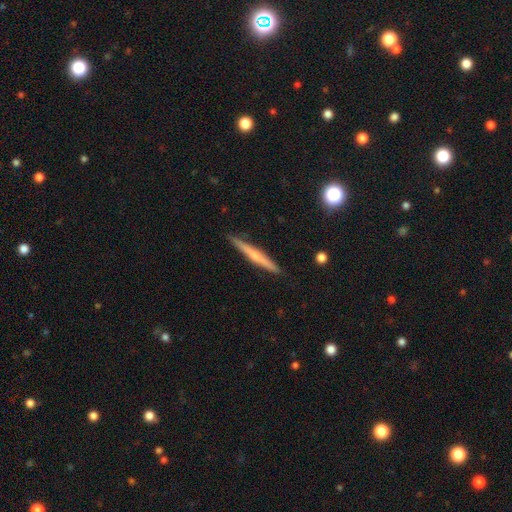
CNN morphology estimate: A featured or disk galaxy (56%) viewed edge-on (97%) with a rounded central bulge (59%). Merging: none (91%).